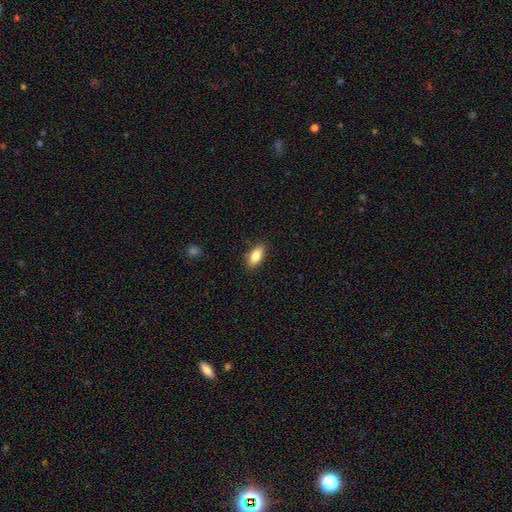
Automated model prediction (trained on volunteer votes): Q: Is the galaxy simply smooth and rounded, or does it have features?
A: smooth — 83%.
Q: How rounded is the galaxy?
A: in between — 90%.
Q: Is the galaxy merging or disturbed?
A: none — 88%.